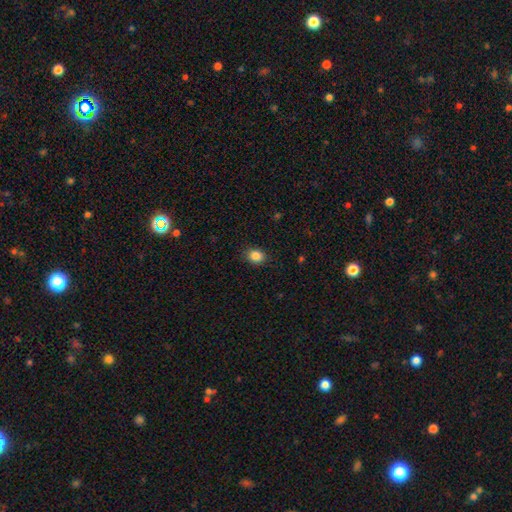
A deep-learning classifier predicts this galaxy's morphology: smooth_or_featured: smooth (p=0.85) [alt: star or artifact p=0.10]
how_rounded: round (p=0.51) [alt: in between p=0.49]
merging: none (p=0.86) [alt: minor disturbance p=0.10]